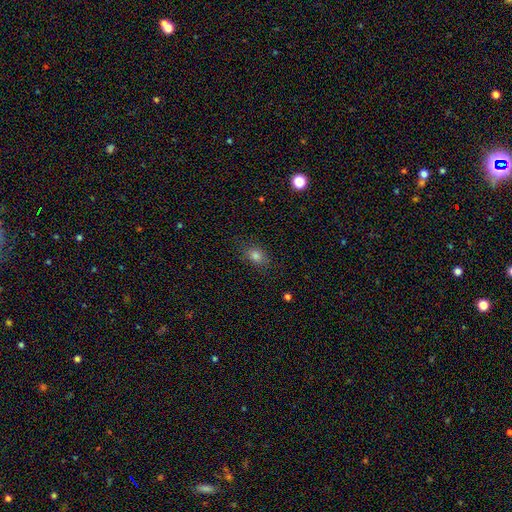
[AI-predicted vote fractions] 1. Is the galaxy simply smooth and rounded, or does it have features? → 79% smooth, 14% star or artifact, 8% featured or disk.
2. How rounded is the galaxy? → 62% in between, 36% round, 2% cigar-shaped.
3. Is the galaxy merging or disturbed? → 82% none, 13% minor disturbance, 4% major disturbance, 1% merger.